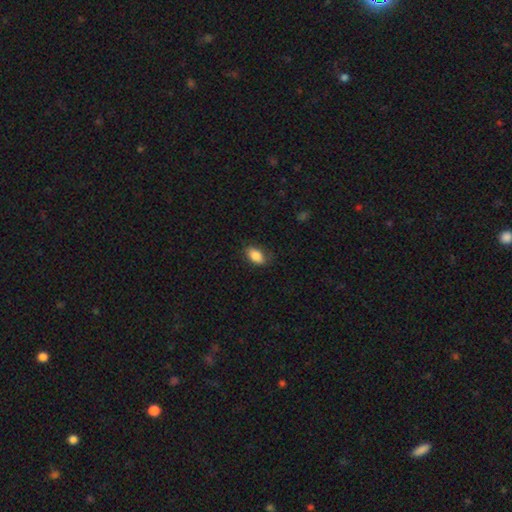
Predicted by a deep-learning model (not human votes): The model was most divided on "merging": none: 74%, minor disturbance: 20%, major disturbance: 5%, merger: 1%. More confident: how rounded — in between (91%); smooth or featured — smooth (86%).